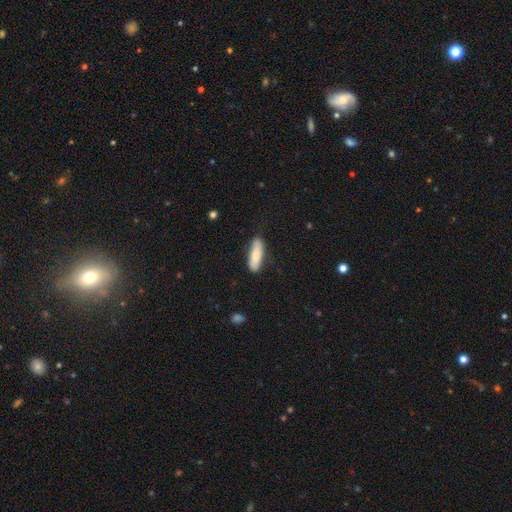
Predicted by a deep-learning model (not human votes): A smooth galaxy with no disk features (84%) that is cigar-shaped (50%).

Vote fractions:
- Smooth or featured? smooth: 84% / featured or disk: 11% / star or artifact: 5%
- How rounded? cigar-shaped: 50% / in between: 49% / round: 2%
- Merging? none: 80% / minor disturbance: 16% / major disturbance: 3% / merger: 1%